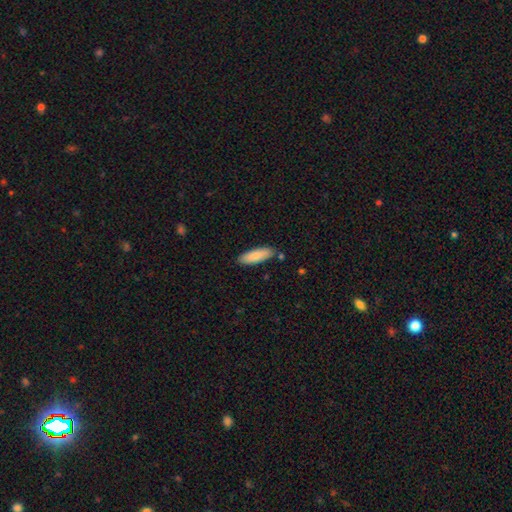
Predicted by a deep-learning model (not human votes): Overall: smooth (84%). How rounded: in between (56%; cigar-shaped 42%). Merging: none (84%).